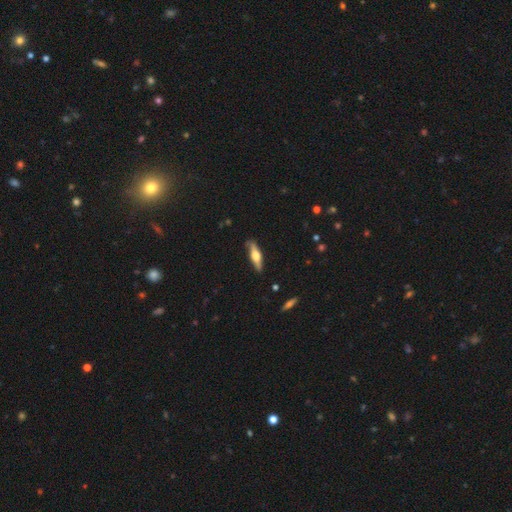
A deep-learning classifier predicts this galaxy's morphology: A featured or disk galaxy (57%) viewed edge-on (92%) with a rounded central bulge (90%). Merging: none (81%).